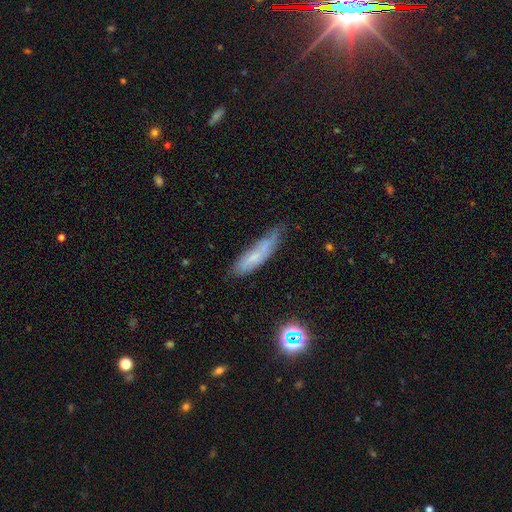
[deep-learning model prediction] Overall: smooth (58%; featured or disk 32%). How rounded: cigar-shaped (69%). Merging: none (48%; minor disturbance 37%).